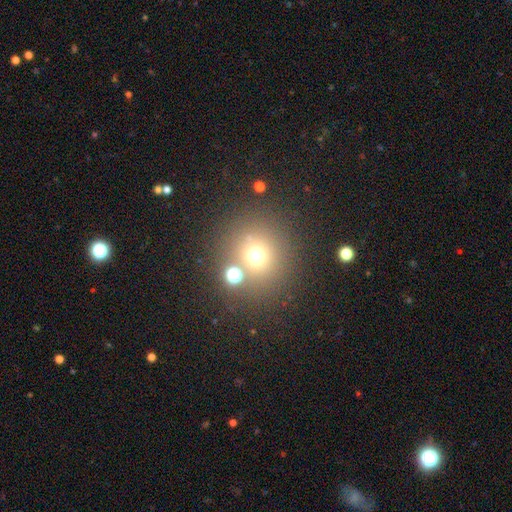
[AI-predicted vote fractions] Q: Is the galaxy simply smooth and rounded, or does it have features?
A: smooth — 65%.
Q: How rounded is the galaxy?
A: round — 91%.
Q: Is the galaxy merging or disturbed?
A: none — 74%.